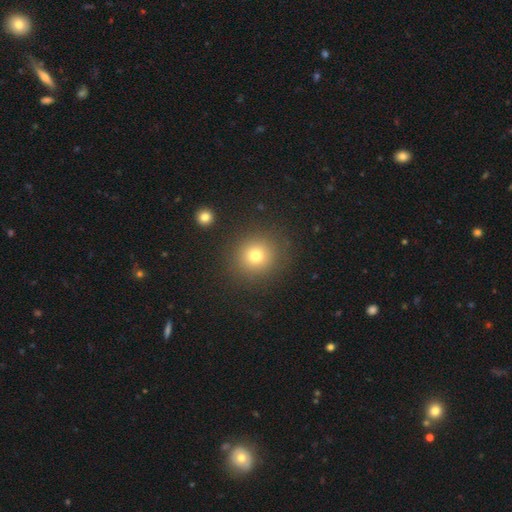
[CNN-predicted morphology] smooth_or_featured: smooth (p=0.75) [alt: star or artifact p=0.16]
how_rounded: round (p=0.90) [alt: in between p=0.09]
merging: none (p=0.87) [alt: minor disturbance p=0.07]